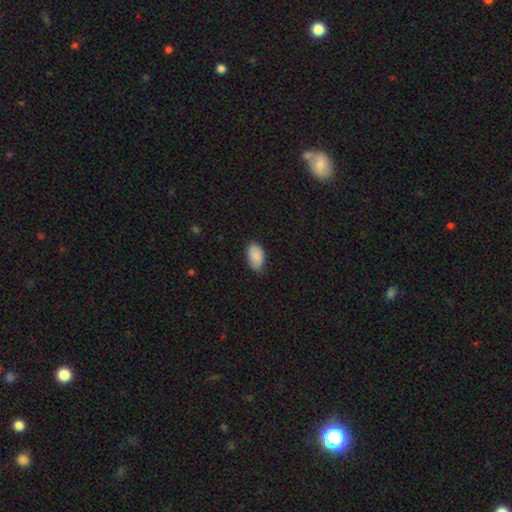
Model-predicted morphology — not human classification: Smooth or featured: smooth — 88% (star or artifact — 7%)
How rounded: in between — 92% (round — 6%)
Merging: none — 70% (minor disturbance — 25%)